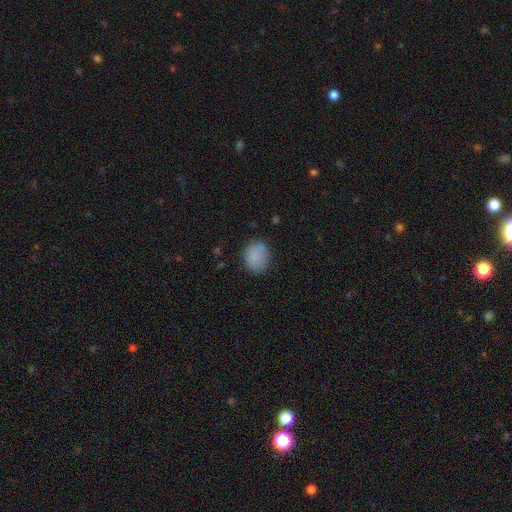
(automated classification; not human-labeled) Smooth or featured? Predicted: smooth (p=0.86). How rounded? Predicted: round (p=0.60). Merging? Predicted: none (p=0.79).